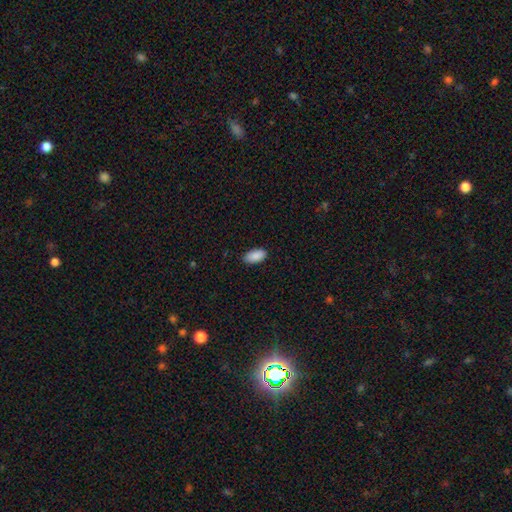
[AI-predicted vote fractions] smooth_or_featured: smooth (p=0.90) [alt: star or artifact p=0.07]
how_rounded: in between (p=0.95) [alt: cigar-shaped p=0.03]
merging: none (p=0.88) [alt: minor disturbance p=0.09]